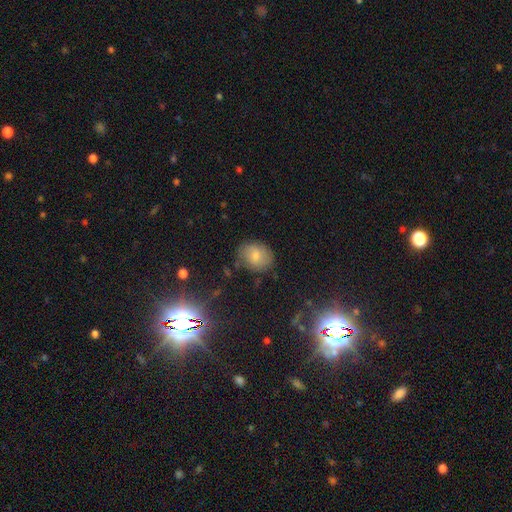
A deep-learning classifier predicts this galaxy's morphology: A smooth galaxy with no disk features (73%) that is in between round and cigar-shaped (54%).

Vote fractions:
- Smooth or featured? smooth: 73% / featured or disk: 16% / star or artifact: 11%
- How rounded? in between: 54% / round: 45% / cigar-shaped: 1%
- Merging? none: 76% / minor disturbance: 18% / major disturbance: 5% / merger: 2%